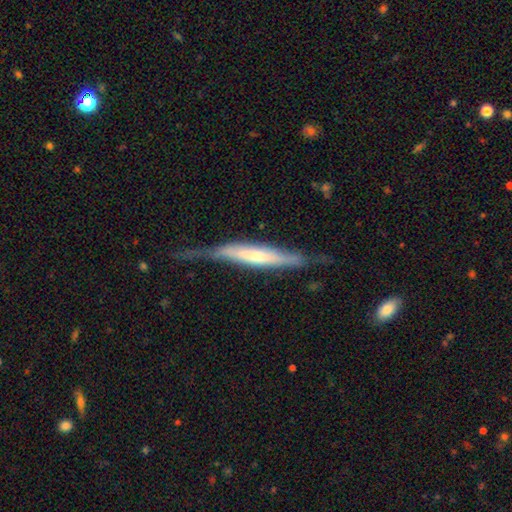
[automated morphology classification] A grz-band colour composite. It shows a featured or disk galaxy (62%) viewed edge-on (84%) with a rounded central bulge (41%). Merging: none (52%).